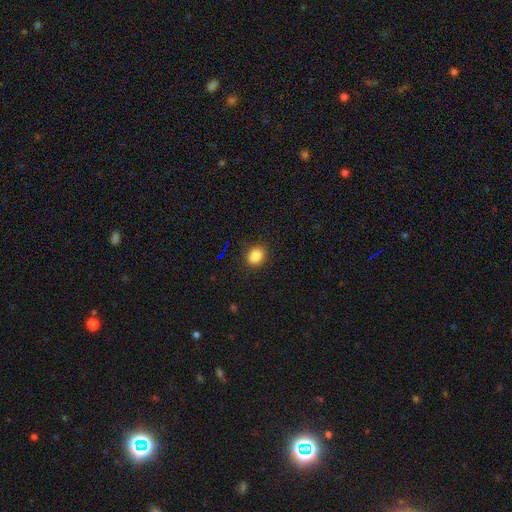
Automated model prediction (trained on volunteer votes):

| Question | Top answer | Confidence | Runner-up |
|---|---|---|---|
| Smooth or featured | smooth | 83% | star or artifact (12%) |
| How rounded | round | 61% | in between (38%) |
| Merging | none | 86% | minor disturbance (10%) |